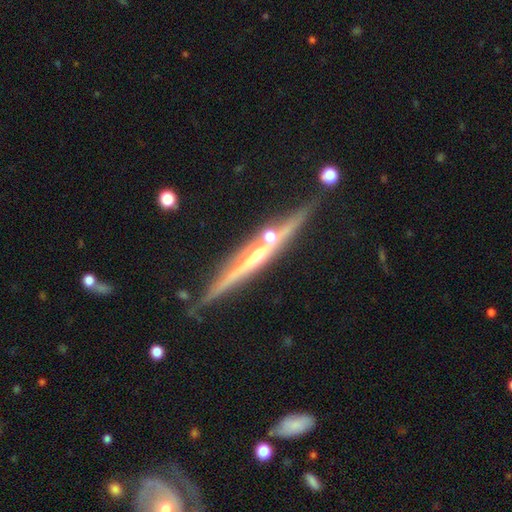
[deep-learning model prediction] Smooth or featured? Predicted: featured or disk (p=0.79). Edge-on disk? Predicted: yes (p=0.97). Edge-on bulge? Predicted: rounded (p=0.70). Merging? Predicted: none (p=0.81).